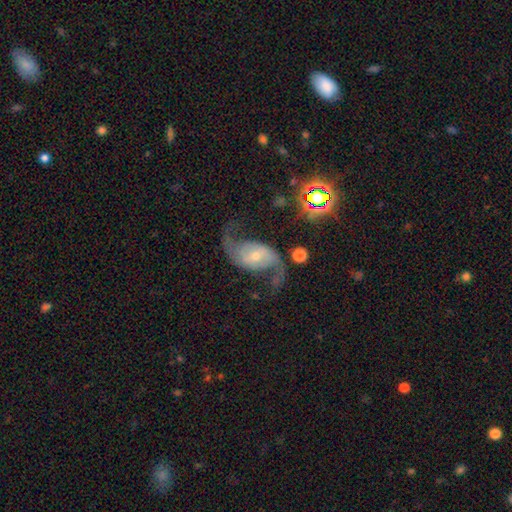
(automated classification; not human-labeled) A featured or disk galaxy (87%) with no bar (48%), 2 (94%) loose (76%) spiral arms (97%) and a small central bulge (53%). Merging: none (69%).